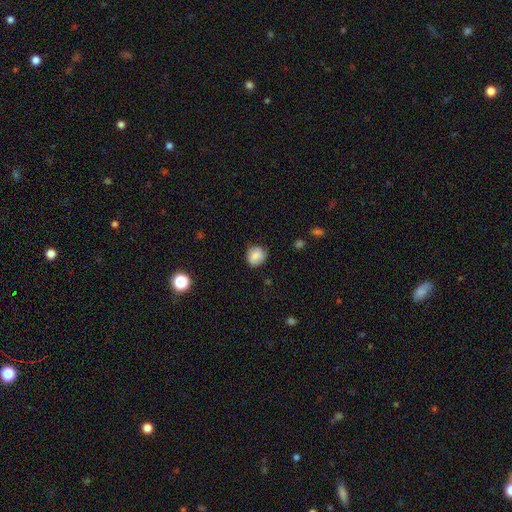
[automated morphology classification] smooth 81%, featured or disk 11%, star or artifact 8%. Down the decision tree: how rounded — round (86%); merging — none (81%).